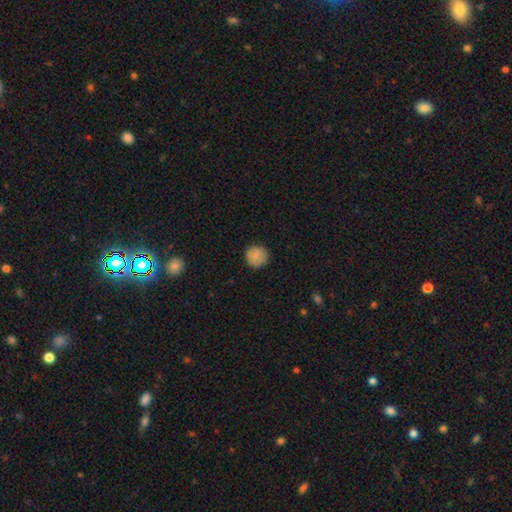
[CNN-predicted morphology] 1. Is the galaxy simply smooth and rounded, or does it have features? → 86% smooth, 8% star or artifact, 7% featured or disk.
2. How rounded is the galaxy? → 94% round, 5% in between, 1% cigar-shaped.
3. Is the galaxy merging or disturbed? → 87% none, 9% minor disturbance, 2% major disturbance, 1% merger.